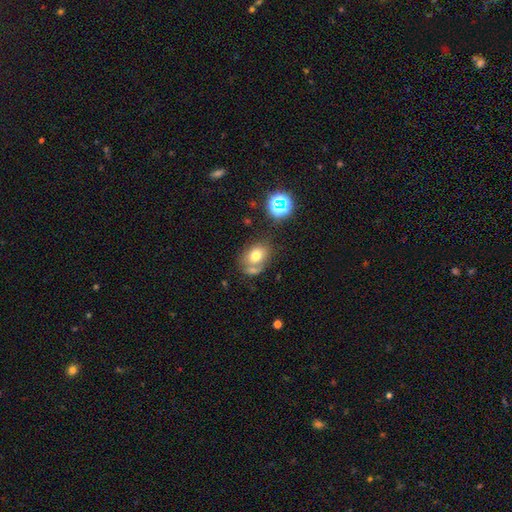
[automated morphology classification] The model was most divided on "merging": none: 51%, merger: 25%, minor disturbance: 17%, major disturbance: 7%. More confident: smooth or featured — smooth (70%); how rounded — in between (65%).